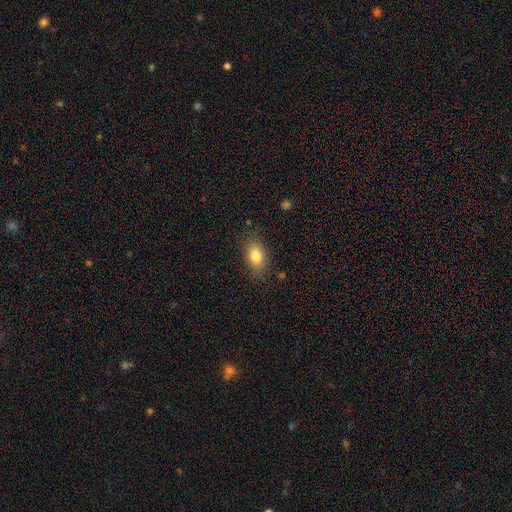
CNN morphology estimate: smooth 81%, featured or disk 11%, star or artifact 8%. Down the decision tree: how rounded — in between (86%); merging — none (81%).